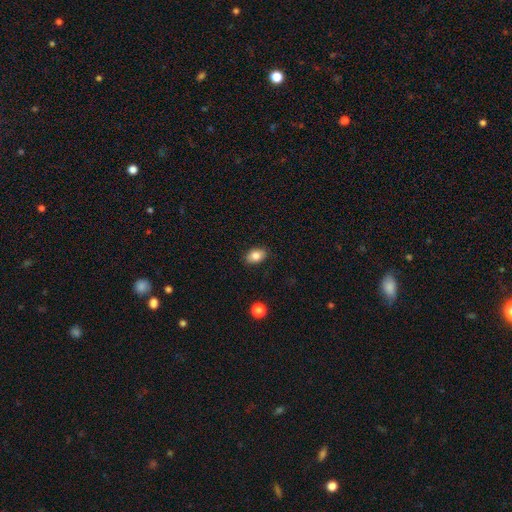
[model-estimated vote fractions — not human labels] A smooth galaxy with no disk features (83%) that is in between round and cigar-shaped (83%). Merging: none (87%).